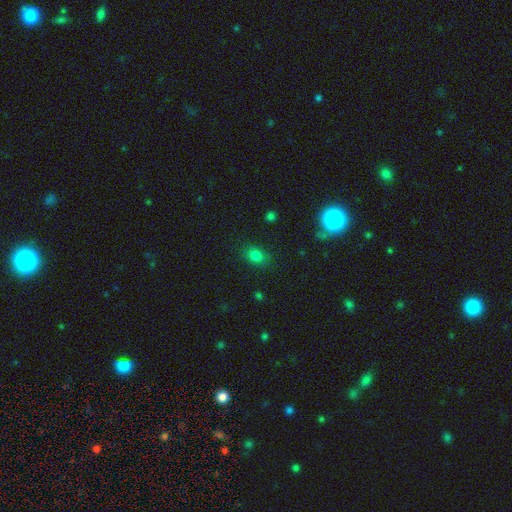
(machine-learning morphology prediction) type=smooth (78%); roundness=in between (60%); merging=none (84%).